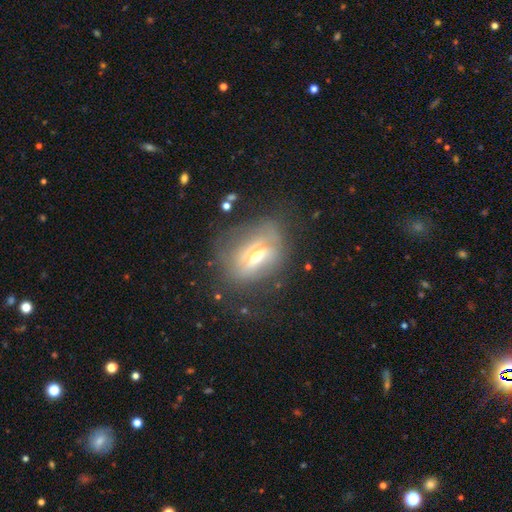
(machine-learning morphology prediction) smooth-or-featured: featured or disk: 58% | smooth: 32% | star or artifact: 11%
  disk-edge-on: no: 67% | yes: 33%
  merging: none: 51% | minor disturbance: 24% | major disturbance: 22% | merger: 3%